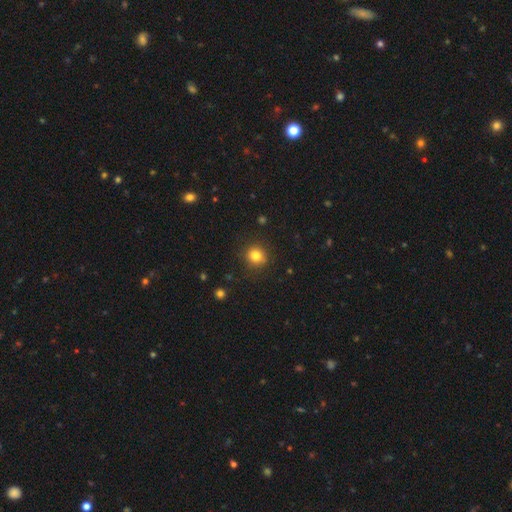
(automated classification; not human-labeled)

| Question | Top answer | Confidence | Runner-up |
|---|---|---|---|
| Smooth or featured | smooth | 82% | star or artifact (12%) |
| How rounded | round | 90% | in between (9%) |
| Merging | none | 90% | minor disturbance (6%) |